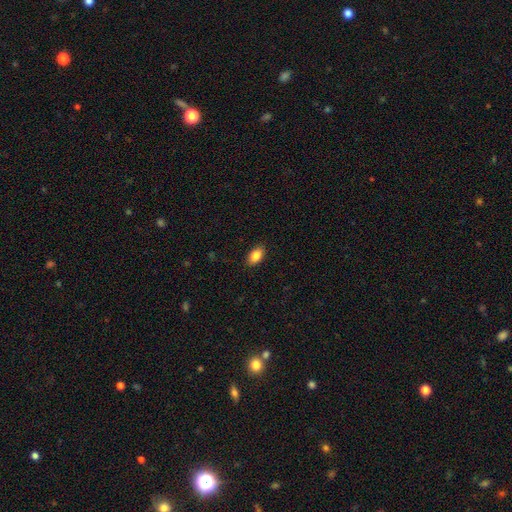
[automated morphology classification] Smooth or featured: smooth — 86% (star or artifact — 8%)
How rounded: in between — 91% (round — 6%)
Merging: none — 88% (minor disturbance — 9%)